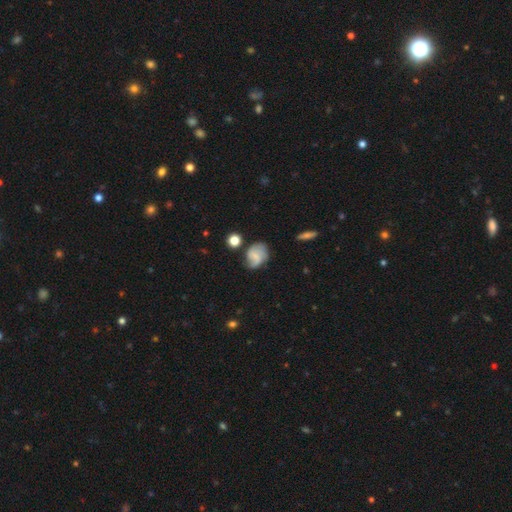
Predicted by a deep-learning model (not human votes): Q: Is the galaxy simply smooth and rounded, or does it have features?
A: featured or disk — 45%, tied with smooth.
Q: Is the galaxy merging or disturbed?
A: none — 58%.